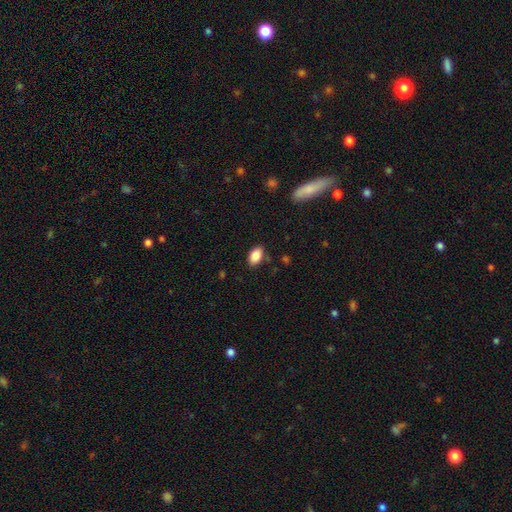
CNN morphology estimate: Overall: smooth (86%). How rounded: in between (92%). Merging: none (85%).